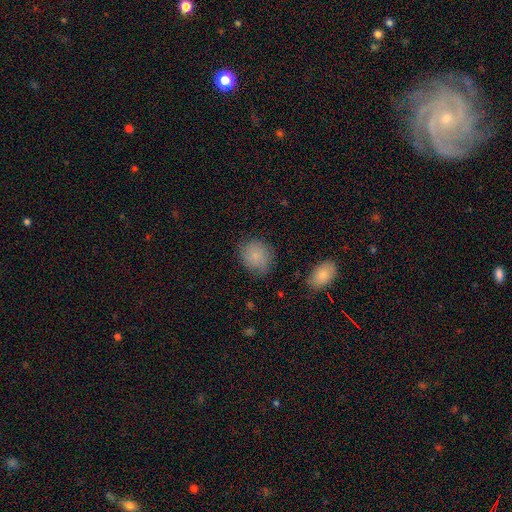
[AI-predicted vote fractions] Smooth or featured? Predicted: smooth (p=0.83). How rounded? Predicted: round (p=0.67). Merging? Predicted: none (p=0.76).